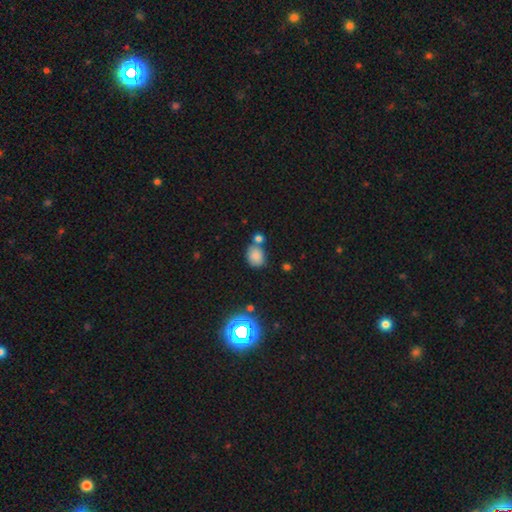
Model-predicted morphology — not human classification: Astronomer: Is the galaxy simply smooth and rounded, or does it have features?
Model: smooth — 80%.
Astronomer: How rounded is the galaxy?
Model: in between — 60% (runner-up: round, 38%).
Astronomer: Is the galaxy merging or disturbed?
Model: none — 59%.